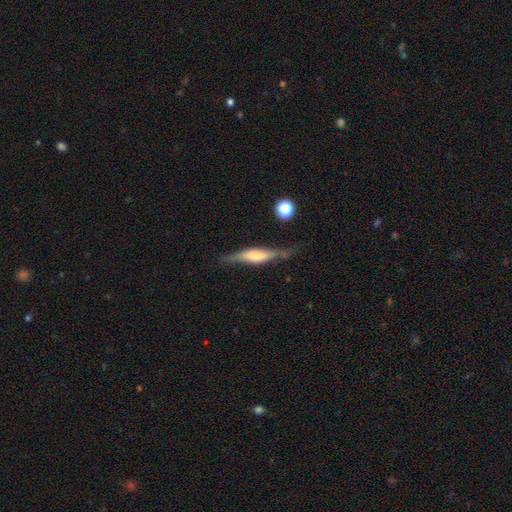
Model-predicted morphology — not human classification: A featured or disk galaxy (63%) viewed edge-on (93%) with a rounded central bulge (60%). Merging: none (75%).